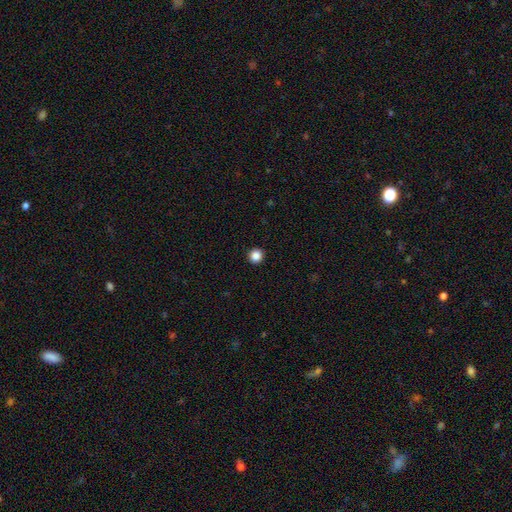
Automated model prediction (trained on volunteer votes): Q: Smooth or featured?
A: smooth (86%); runner-up: star or artifact (11%)
Q: How rounded?
A: round (95%); runner-up: in between (4%)
Q: Merging?
A: none (94%); runner-up: minor disturbance (4%)